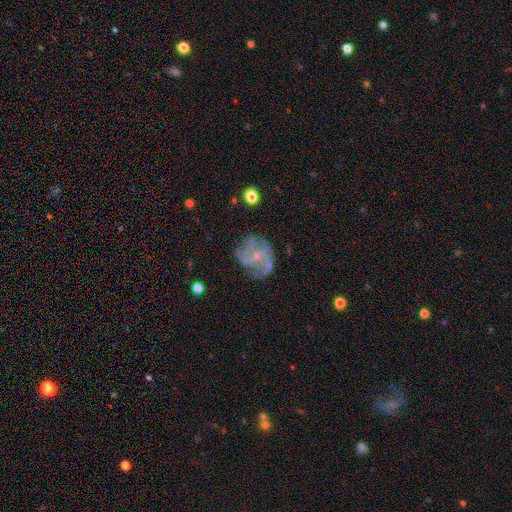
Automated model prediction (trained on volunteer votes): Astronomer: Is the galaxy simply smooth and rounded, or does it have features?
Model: featured or disk — 75%.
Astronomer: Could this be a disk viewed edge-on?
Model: no — 98%.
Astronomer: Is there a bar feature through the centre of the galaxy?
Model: no — 69%.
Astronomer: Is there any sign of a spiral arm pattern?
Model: yes — 77%.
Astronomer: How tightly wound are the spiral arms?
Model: medium — 43% (runner-up: tight, 31%).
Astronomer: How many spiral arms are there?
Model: can't tell — 34% (runner-up: 3, 23%).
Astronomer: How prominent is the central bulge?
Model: small — 70%.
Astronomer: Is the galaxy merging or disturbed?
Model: none — 60%.